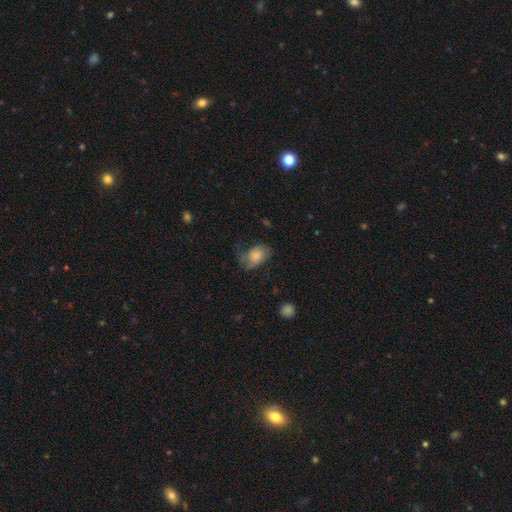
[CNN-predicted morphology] The model was most divided on "merging": none: 42%, minor disturbance: 34%, major disturbance: 22%, merger: 2%. More confident: how rounded — in between (76%); smooth or featured — smooth (72%).